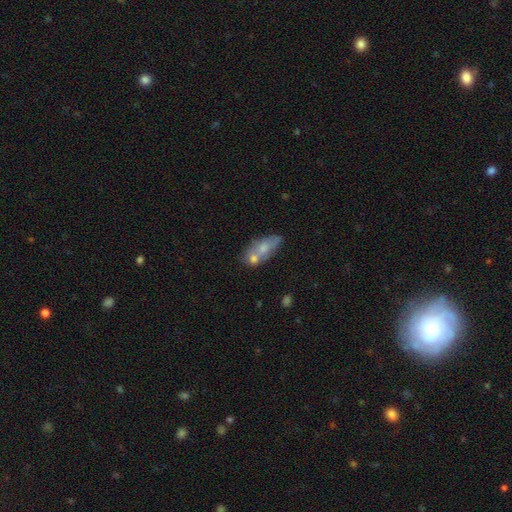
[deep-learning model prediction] smooth-or-featured: smooth: 62% | featured or disk: 30% | star or artifact: 8%
  how-rounded: in between: 79% | cigar-shaped: 14% | round: 7%
  merging: merger: 39% | none: 37% | minor disturbance: 17% | major disturbance: 7%